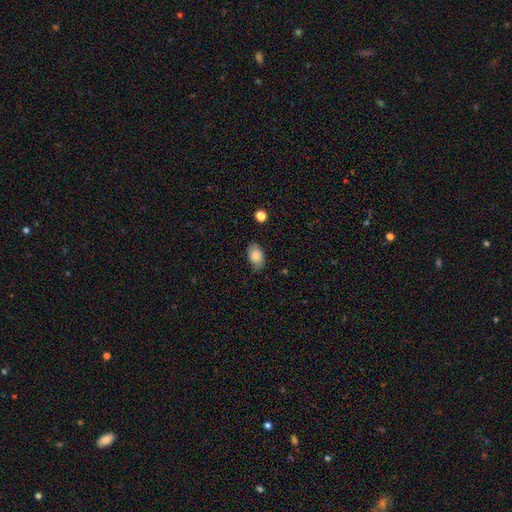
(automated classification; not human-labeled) Q: Smooth or featured?
A: smooth (83%); runner-up: featured or disk (9%)
Q: How rounded?
A: in between (89%); runner-up: round (10%)
Q: Merging?
A: none (76%); runner-up: minor disturbance (19%)